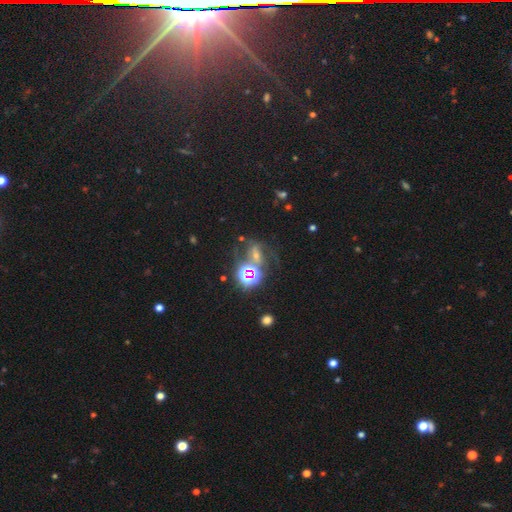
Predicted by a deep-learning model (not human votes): Overall: star or artifact (55%; featured or disk 25%).